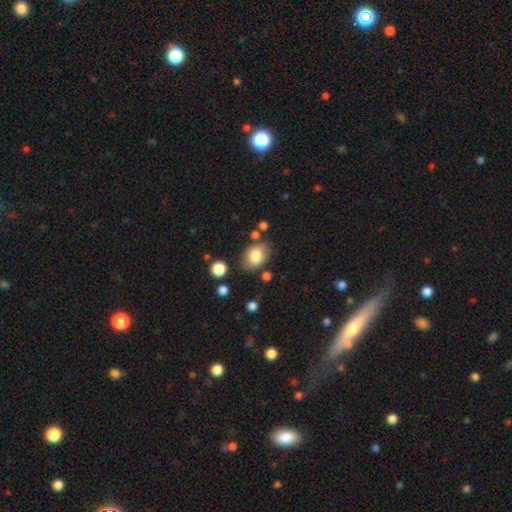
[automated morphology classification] Overall: smooth (80%). How rounded: in between (76%). Merging: none (75%).